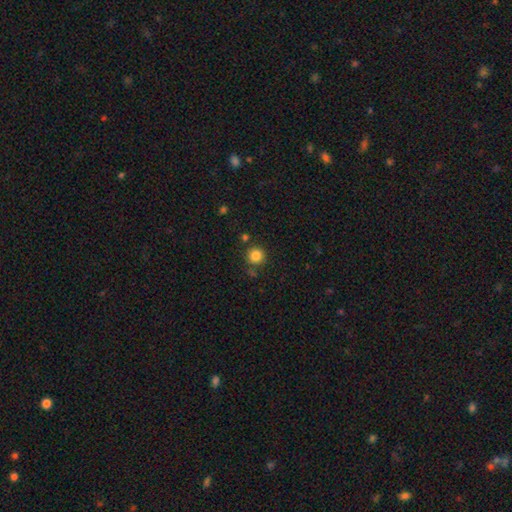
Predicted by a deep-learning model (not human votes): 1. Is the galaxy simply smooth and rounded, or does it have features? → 85% smooth, 11% star or artifact, 4% featured or disk.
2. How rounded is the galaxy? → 94% round, 5% in between, 1% cigar-shaped.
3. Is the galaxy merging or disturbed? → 83% none, 8% minor disturbance, 6% merger, 3% major disturbance.